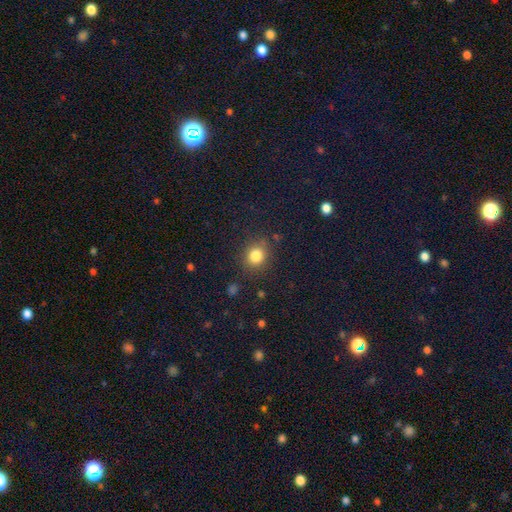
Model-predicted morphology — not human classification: Smooth or featured? Predicted: smooth (p=0.82). How rounded? Predicted: round (p=0.80). Merging? Predicted: none (p=0.83).